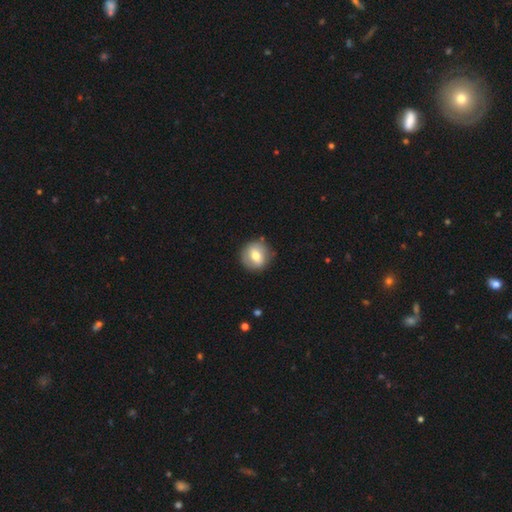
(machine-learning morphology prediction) This is likely a smooth galaxy (64%). How rounded: clearly round (88%). Merging: clearly none (85%).